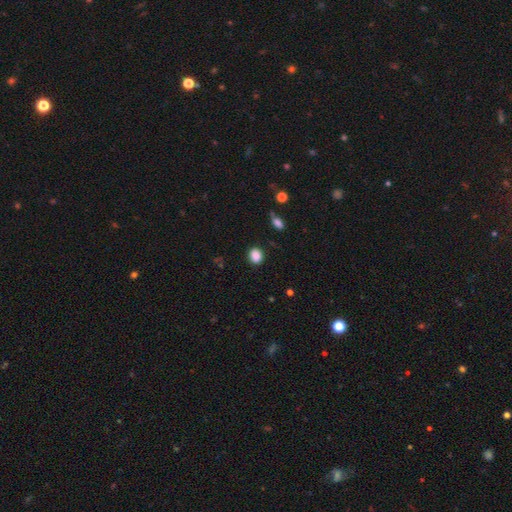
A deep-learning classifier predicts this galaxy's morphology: Q: Smooth or featured?
A: smooth (88%); runner-up: star or artifact (9%)
Q: How rounded?
A: round (61%); runner-up: in between (38%)
Q: Merging?
A: none (88%); runner-up: minor disturbance (9%)